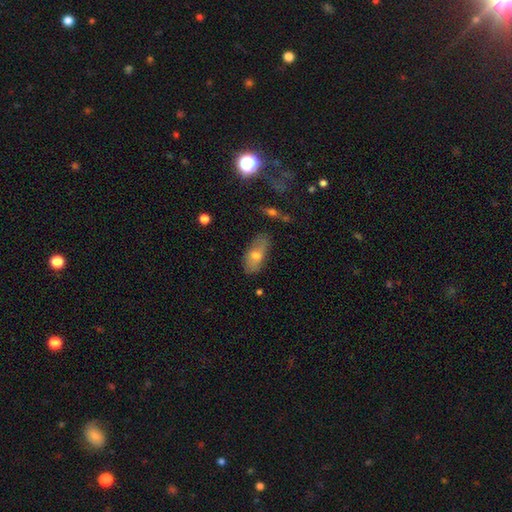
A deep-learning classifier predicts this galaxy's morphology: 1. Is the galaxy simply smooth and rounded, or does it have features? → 61% smooth, 28% featured or disk, 10% star or artifact.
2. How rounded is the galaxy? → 86% in between, 9% cigar-shaped, 5% round.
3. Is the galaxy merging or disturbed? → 71% none, 20% minor disturbance, 5% major disturbance, 3% merger.